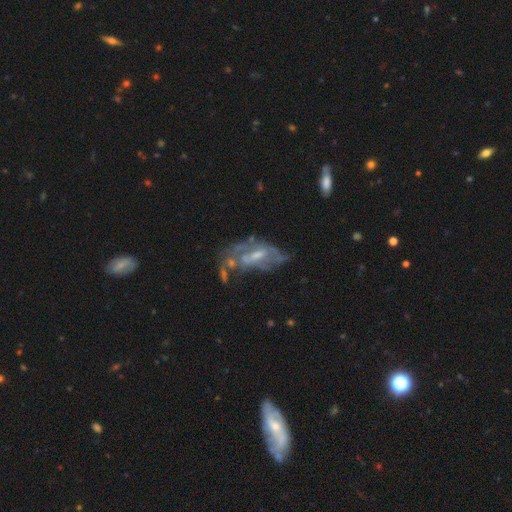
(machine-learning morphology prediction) Smooth or featured: featured or disk — 74% (smooth — 17%)
Edge-on disk: no — 92% (yes — 8%)
Bar: weak — 46% (no — 37%)
Spiral arms: yes — 57% (no — 43%)
Bulge size: small — 43% (moderate — 41%)
Merging: none — 35% (major disturbance — 27%)